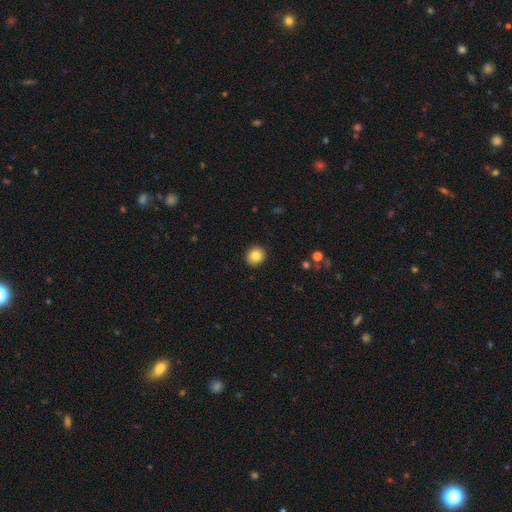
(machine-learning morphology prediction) type=smooth (82%); roundness=round (86%); merging=none (92%).